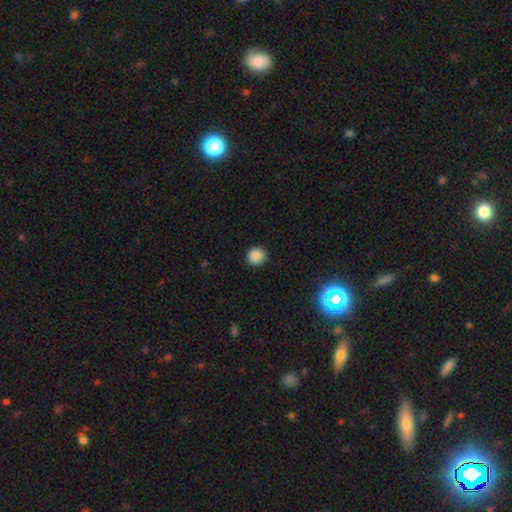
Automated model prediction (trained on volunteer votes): The model was most divided on "smooth or featured": smooth: 87%, star or artifact: 10%, featured or disk: 3%. More confident: how rounded — round (93%); merging — none (91%).